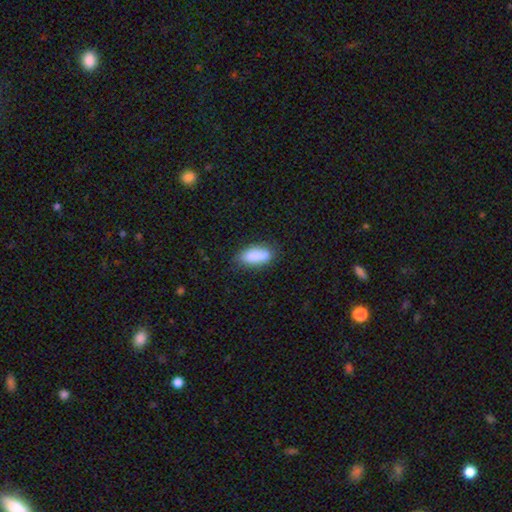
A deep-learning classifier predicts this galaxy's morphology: smooth_or_featured: smooth (p=0.86) [alt: star or artifact p=0.07]
how_rounded: in between (p=0.79) [alt: cigar-shaped p=0.18]
merging: none (p=0.73) [alt: minor disturbance p=0.19]